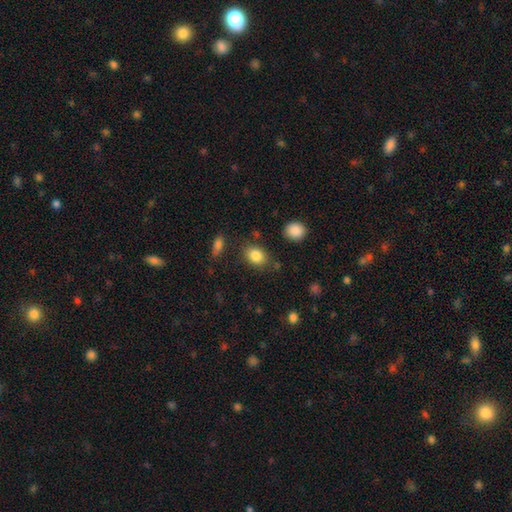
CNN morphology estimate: smooth_or_featured: smooth (p=0.85) [alt: star or artifact p=0.09]
how_rounded: in between (p=0.71) [alt: round p=0.28]
merging: none (p=0.80) [alt: minor disturbance p=0.13]